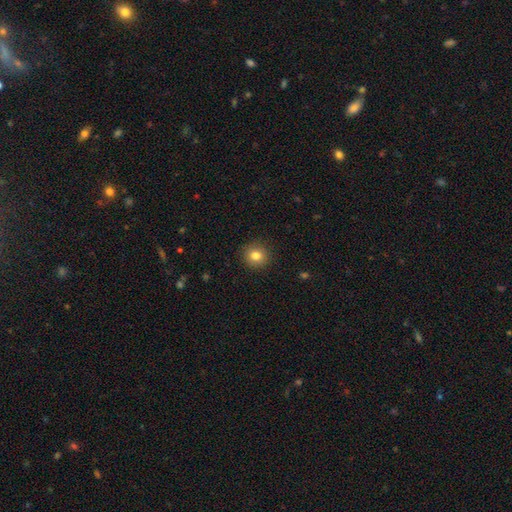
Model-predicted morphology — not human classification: type=smooth (82%); roundness=round (90%); merging=none (91%).